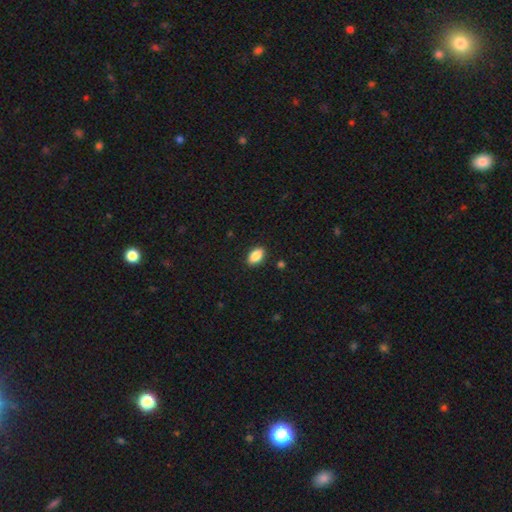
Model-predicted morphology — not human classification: smooth_or_featured: smooth (p=0.88) [alt: star or artifact p=0.08]
how_rounded: in between (p=0.92) [alt: round p=0.06]
merging: none (p=0.89) [alt: minor disturbance p=0.08]